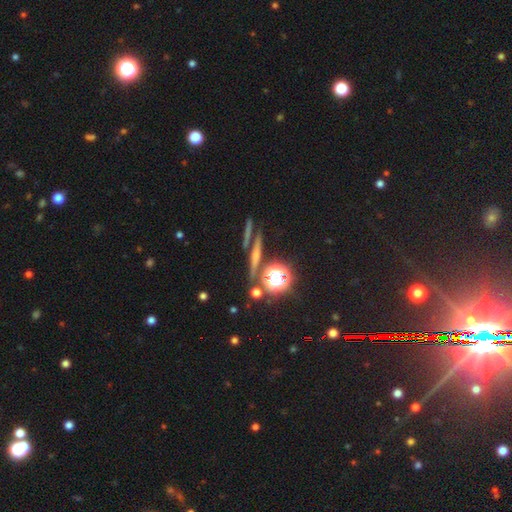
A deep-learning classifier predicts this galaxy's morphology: featured or disk 46%, smooth 27%, star or artifact 27%. Down the decision tree: merging — none (81%).